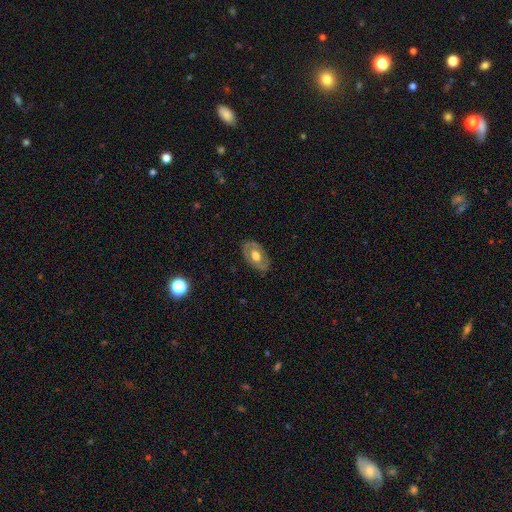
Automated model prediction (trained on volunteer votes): featured or disk 53%, smooth 41%, star or artifact 6%. Down the decision tree: edge-on disk — no (90%); merging — none (80%).